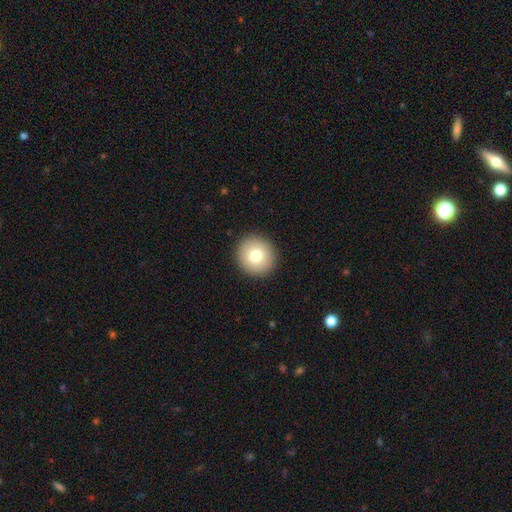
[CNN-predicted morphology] Overall: smooth (78%). How rounded: round (93%). Merging: none (92%).